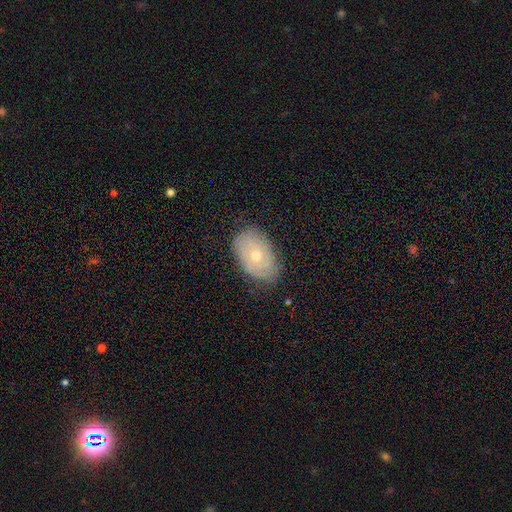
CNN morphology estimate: Smooth or featured?
  - featured or disk: 49% *
  - smooth: 43%
  - star or artifact: 8%
Merging?
  - none: 78% *
  - minor disturbance: 17%
  - major disturbance: 4%
  - merger: 1%